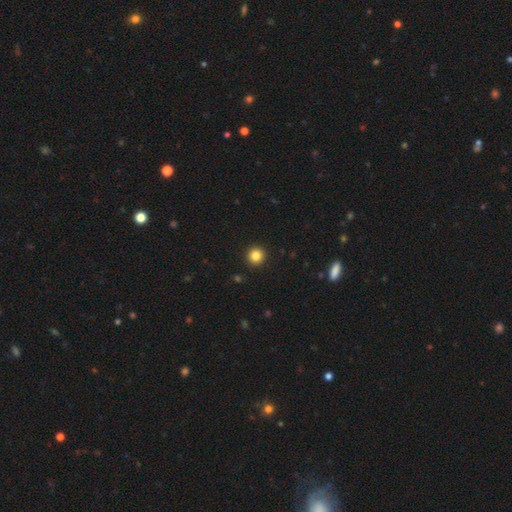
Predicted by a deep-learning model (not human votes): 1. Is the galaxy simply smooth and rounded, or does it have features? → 84% smooth, 11% star or artifact, 5% featured or disk.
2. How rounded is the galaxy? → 95% round, 4% in between, 1% cigar-shaped.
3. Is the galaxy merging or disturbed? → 93% none, 4% minor disturbance, 2% major disturbance, 1% merger.